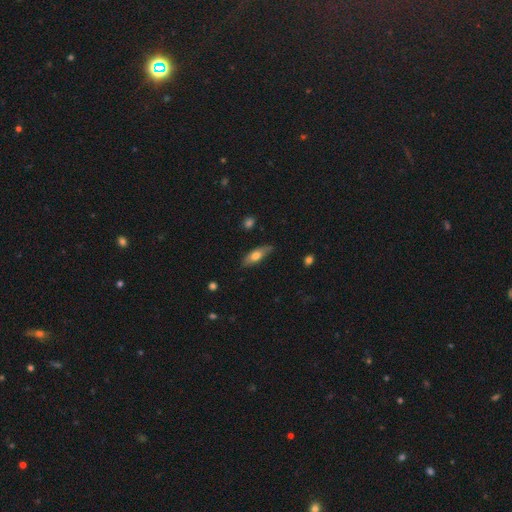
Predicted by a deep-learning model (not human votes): Morphology: type=smooth (65%); roundness=in between (60%); merging=none (77%).